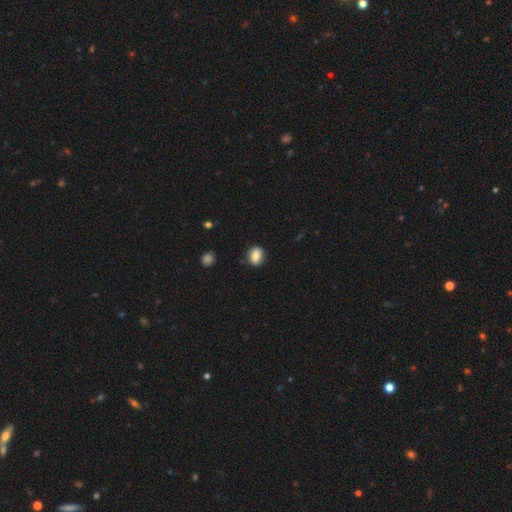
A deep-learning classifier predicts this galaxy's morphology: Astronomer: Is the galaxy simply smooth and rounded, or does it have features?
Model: smooth — 84%.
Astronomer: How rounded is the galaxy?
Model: in between — 61% (runner-up: round, 37%).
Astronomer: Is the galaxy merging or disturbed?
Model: none — 84%.